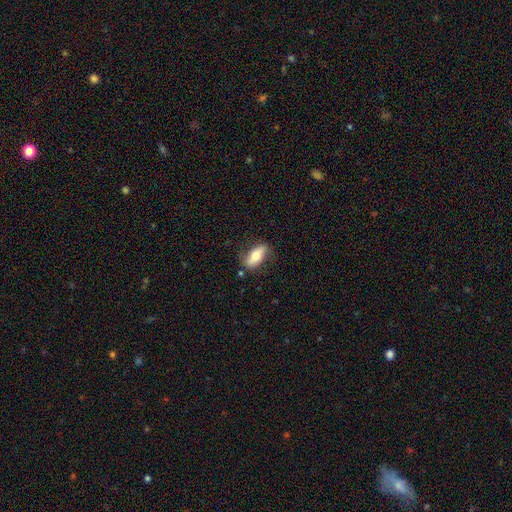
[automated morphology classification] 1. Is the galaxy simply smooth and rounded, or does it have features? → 57% smooth, 37% featured or disk, 6% star or artifact.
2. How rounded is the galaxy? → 75% in between, 20% cigar-shaped, 4% round.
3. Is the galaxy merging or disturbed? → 75% none, 18% minor disturbance, 5% major disturbance, 2% merger.